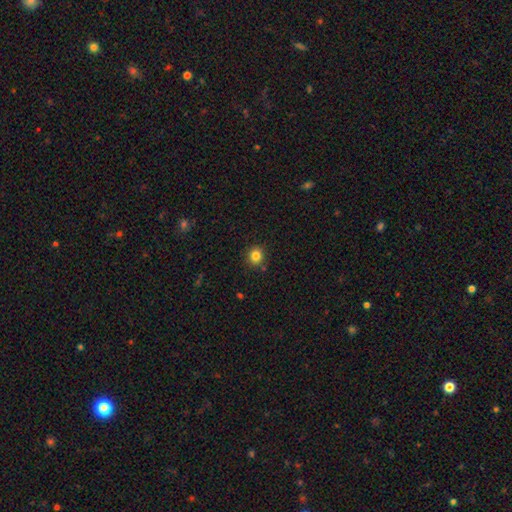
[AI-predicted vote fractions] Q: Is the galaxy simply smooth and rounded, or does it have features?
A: smooth — 84%.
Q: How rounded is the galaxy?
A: round — 83%.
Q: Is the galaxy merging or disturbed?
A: none — 87%.